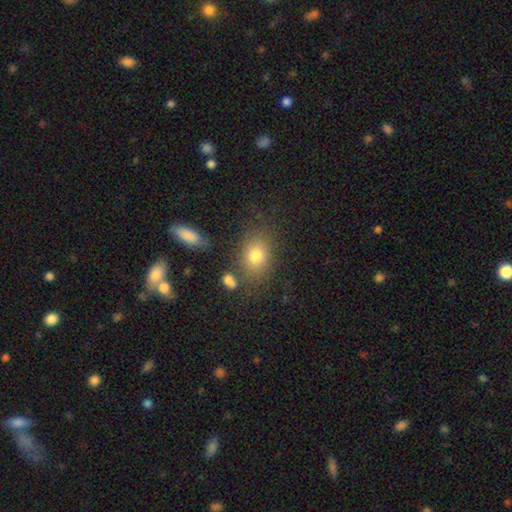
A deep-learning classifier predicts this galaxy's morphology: smooth_or_featured: smooth (p=0.78) [alt: featured or disk p=0.11]
how_rounded: in between (p=0.67) [alt: round p=0.31]
merging: none (p=0.74) [alt: minor disturbance p=0.14]